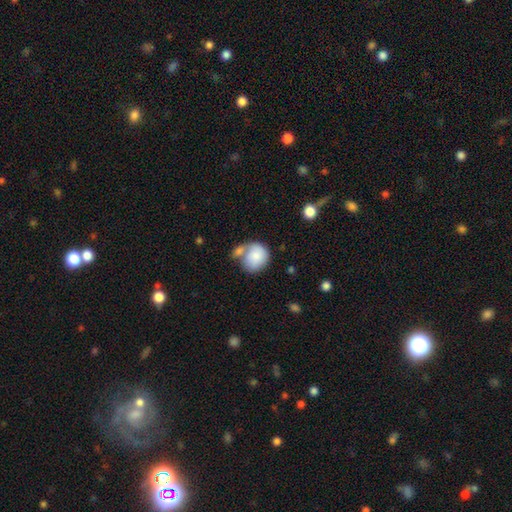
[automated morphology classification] A smooth galaxy with no disk features (80%) that is round (75%). Merging: merger (37%).